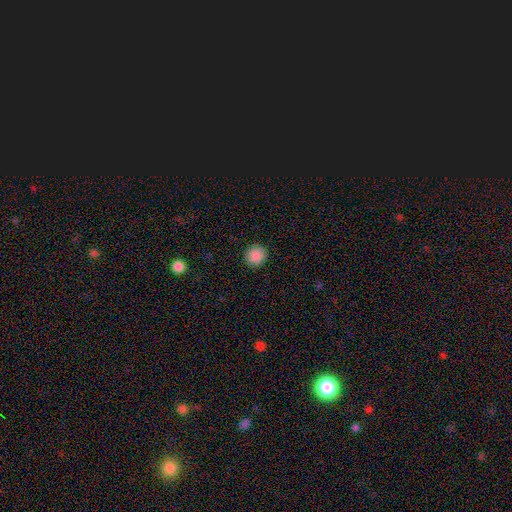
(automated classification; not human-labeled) Q: Smooth or featured?
A: smooth (89%); runner-up: star or artifact (9%)
Q: How rounded?
A: round (89%); runner-up: in between (10%)
Q: Merging?
A: none (91%); runner-up: minor disturbance (6%)